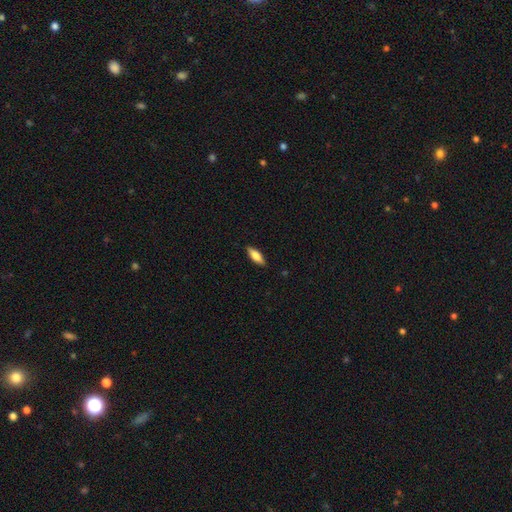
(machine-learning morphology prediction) smooth 71%, featured or disk 23%, star or artifact 6%. Down the decision tree: how rounded — in between (62%); merging — none (88%).